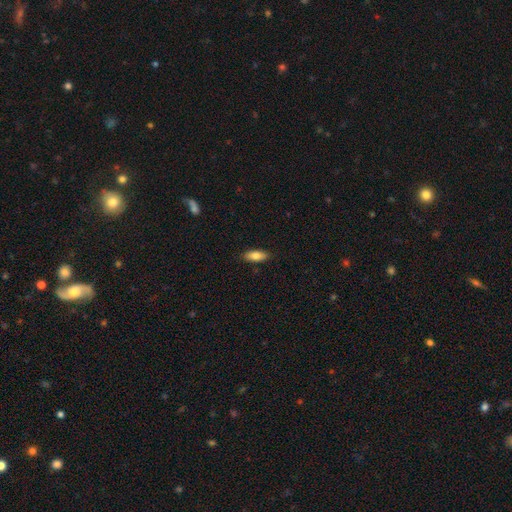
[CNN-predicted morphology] Smooth or featured? smooth (82%)
How rounded? in between (80%)
Merging? none (87%)